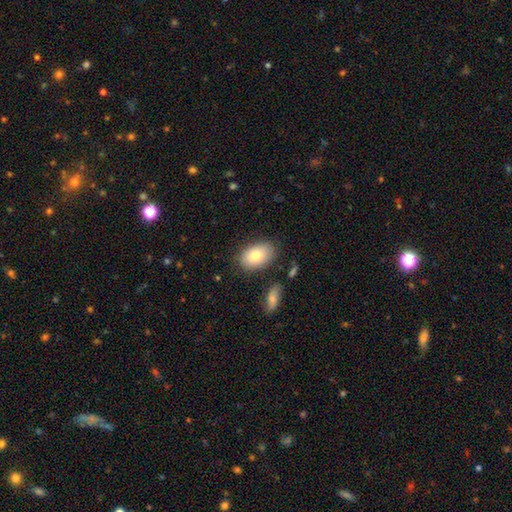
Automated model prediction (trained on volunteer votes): Smooth or featured? smooth (80%)
How rounded? in between (89%)
Merging? none (81%)